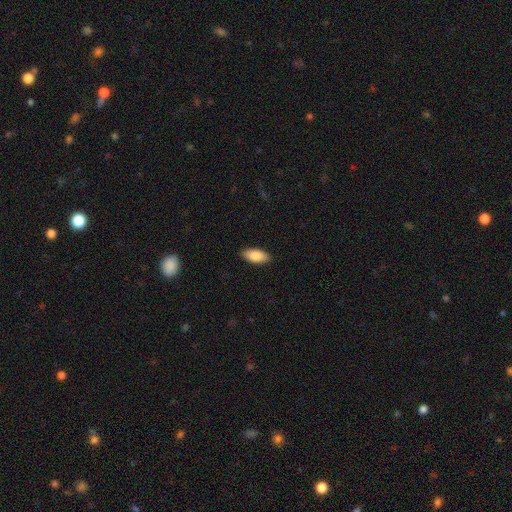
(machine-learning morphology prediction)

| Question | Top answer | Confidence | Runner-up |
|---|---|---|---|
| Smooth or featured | smooth | 87% | featured or disk (7%) |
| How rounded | in between | 89% | cigar-shaped (9%) |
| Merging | none | 89% | minor disturbance (8%) |